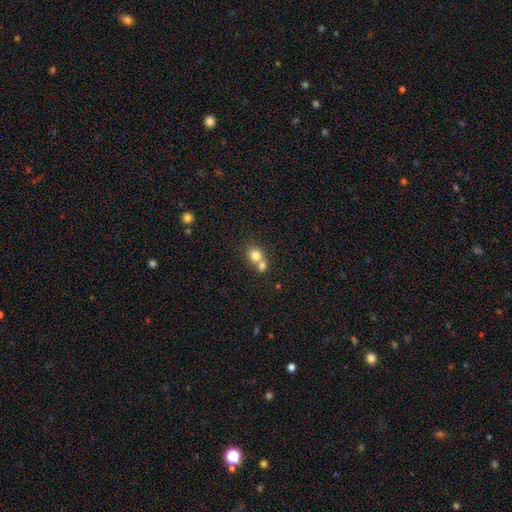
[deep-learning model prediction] This appears to be a smooth galaxy with no disk features (78%) that is round (78%). Merging: merger (54%).